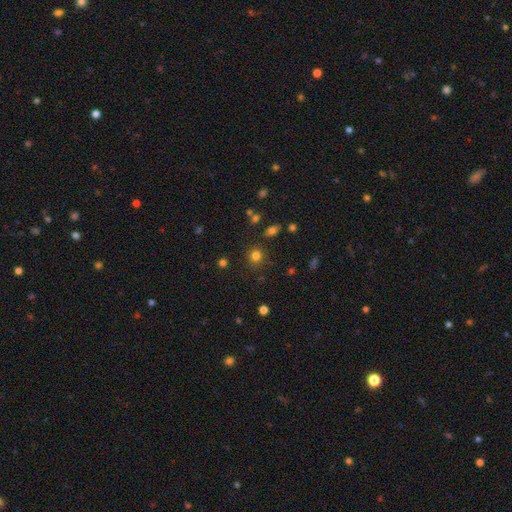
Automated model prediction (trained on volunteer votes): Smooth or featured? Predicted: smooth (p=0.78). How rounded? Predicted: round (p=0.85). Merging? Predicted: none (p=0.84).